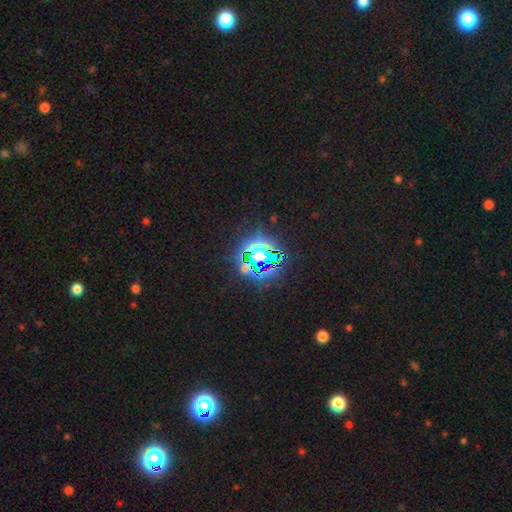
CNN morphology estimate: This appears to be a star or artifact, not a galaxy (70%).